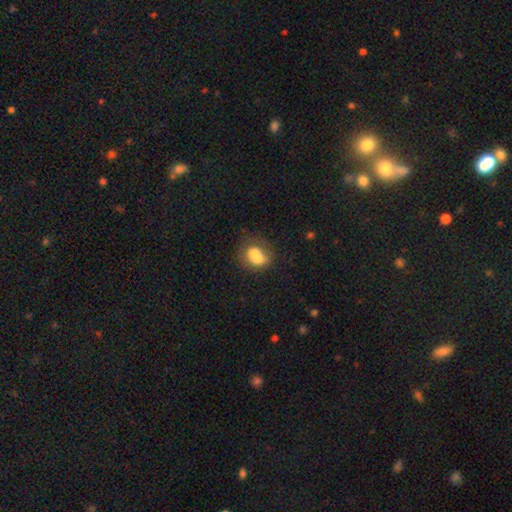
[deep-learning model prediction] Smooth or featured: smooth — 64% (featured or disk — 26%)
How rounded: round — 60% (in between — 39%)
Merging: merger — 63% (none — 24%)